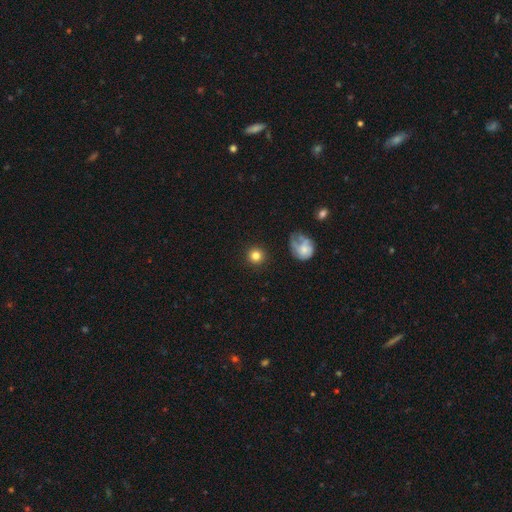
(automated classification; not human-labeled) smooth-or-featured: smooth: 82% | star or artifact: 11% | featured or disk: 7%
  how-rounded: round: 94% | in between: 5% | cigar-shaped: 1%
  merging: none: 88% | minor disturbance: 7% | major disturbance: 3% | merger: 2%